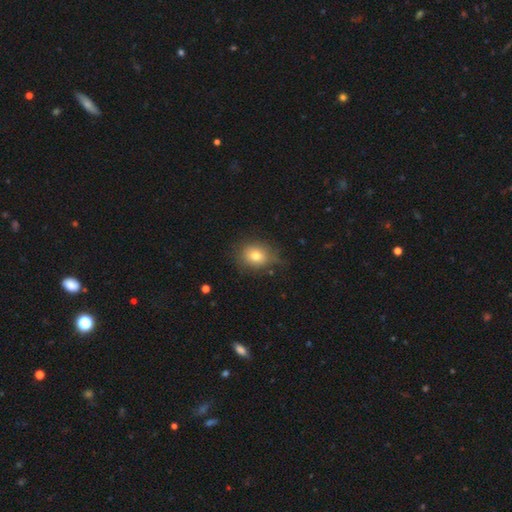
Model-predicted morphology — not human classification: A smooth galaxy with no disk features (76%) that is round (61%).

Vote fractions:
- Smooth or featured? smooth: 76% / featured or disk: 13% / star or artifact: 12%
- How rounded? round: 61% / in between: 38% / cigar-shaped: 1%
- Merging? none: 72% / minor disturbance: 21% / major disturbance: 6% / merger: 2%